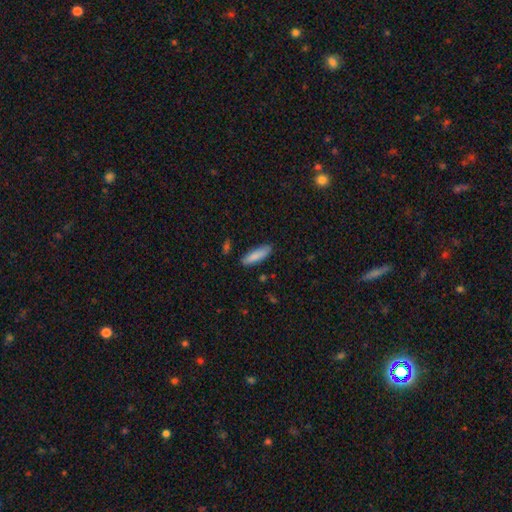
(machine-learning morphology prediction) Smooth or featured: smooth — 85% (featured or disk — 9%)
How rounded: cigar-shaped — 61% (in between — 37%)
Merging: none — 84% (minor disturbance — 12%)